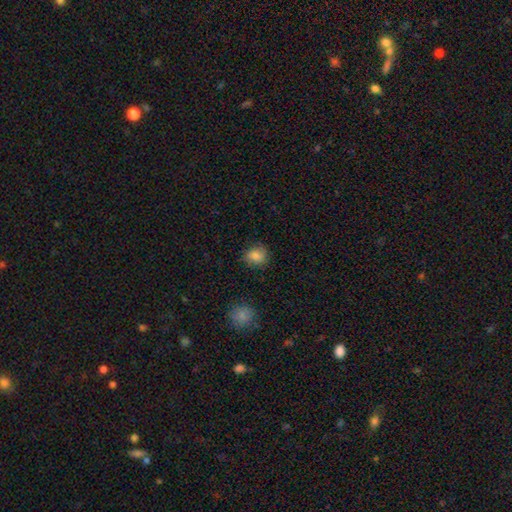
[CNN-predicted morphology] Q: Smooth or featured?
A: smooth (83%); runner-up: star or artifact (10%)
Q: How rounded?
A: round (75%); runner-up: in between (24%)
Q: Merging?
A: none (82%); runner-up: minor disturbance (13%)